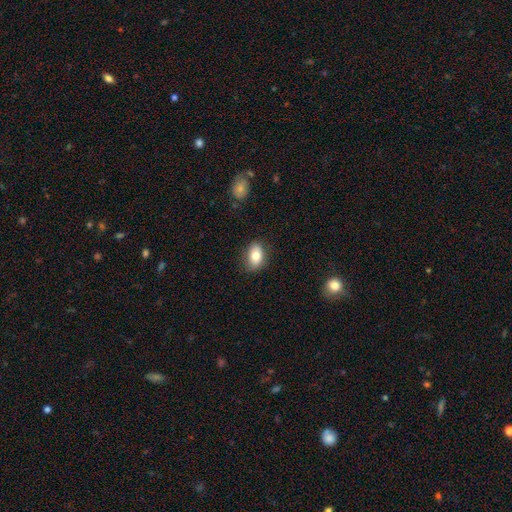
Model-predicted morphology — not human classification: Smooth or featured? smooth (78%)
How rounded? in between (86%)
Merging? none (81%)